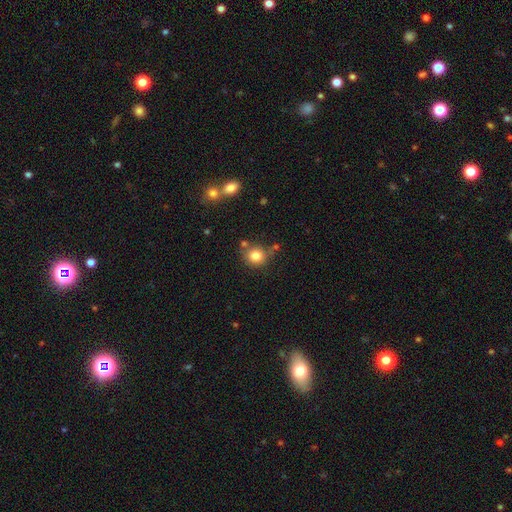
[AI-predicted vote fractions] Smooth or featured: smooth — 82% (star or artifact — 11%)
How rounded: round — 85% (in between — 15%)
Merging: none — 70% (minor disturbance — 14%)